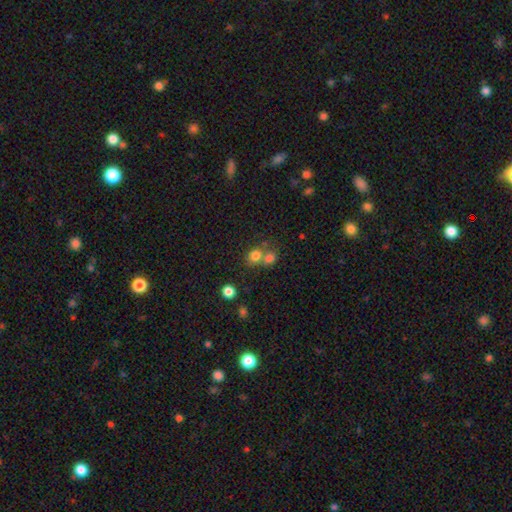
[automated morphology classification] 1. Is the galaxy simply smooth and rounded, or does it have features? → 77% smooth, 14% star or artifact, 9% featured or disk.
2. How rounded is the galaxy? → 71% round, 28% in between, 1% cigar-shaped.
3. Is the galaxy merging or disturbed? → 45% none, 44% merger, 8% minor disturbance, 4% major disturbance.